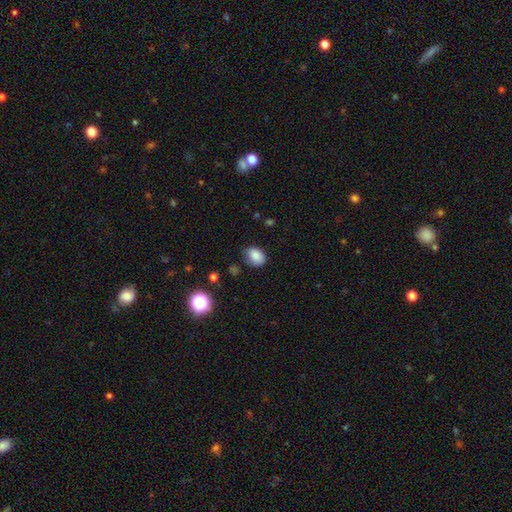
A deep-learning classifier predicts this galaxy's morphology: smooth-or-featured: smooth: 84% | star or artifact: 10% | featured or disk: 6%
  how-rounded: in between: 65% | round: 34% | cigar-shaped: 1%
  merging: none: 69% | minor disturbance: 24% | major disturbance: 5% | merger: 2%